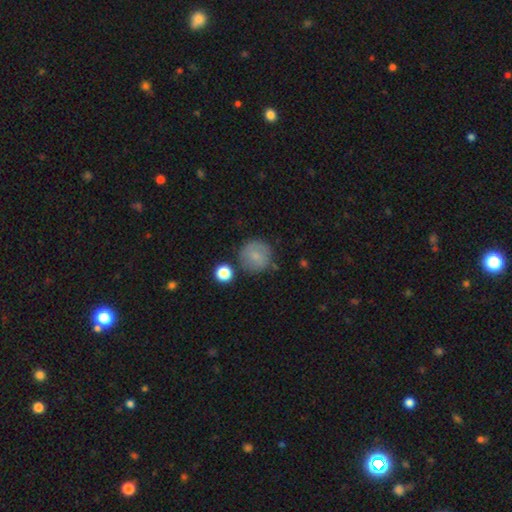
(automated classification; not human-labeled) smooth 74%, featured or disk 17%, star or artifact 9%. Down the decision tree: how rounded — round (92%); merging — none (74%).